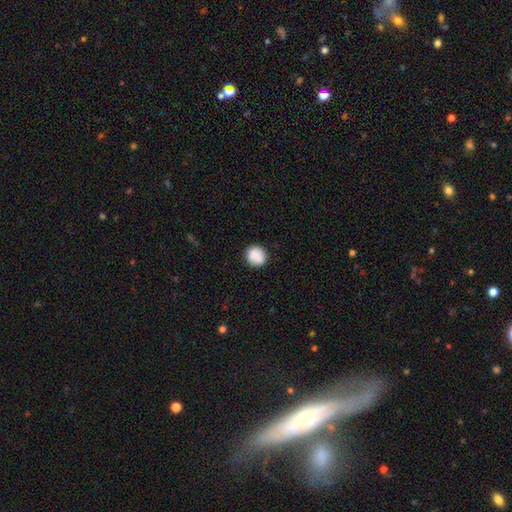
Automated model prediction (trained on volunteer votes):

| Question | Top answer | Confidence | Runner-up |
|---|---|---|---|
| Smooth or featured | smooth | 87% | star or artifact (8%) |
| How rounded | round | 86% | in between (13%) |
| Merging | none | 87% | minor disturbance (9%) |